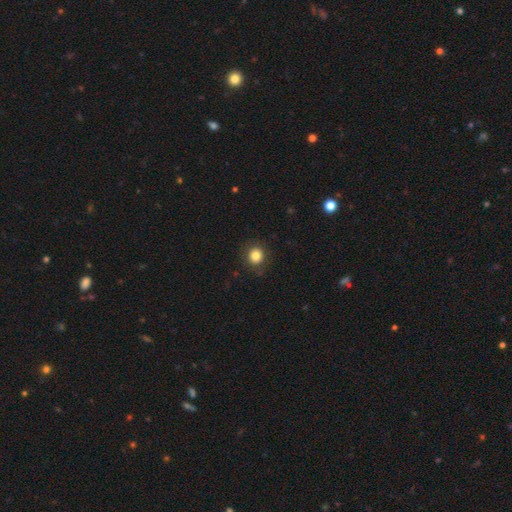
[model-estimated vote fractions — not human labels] smooth-or-featured: smooth: 83% | star or artifact: 11% | featured or disk: 6%
  how-rounded: round: 87% | in between: 12% | cigar-shaped: 1%
  merging: none: 88% | minor disturbance: 9% | major disturbance: 3% | merger: 1%